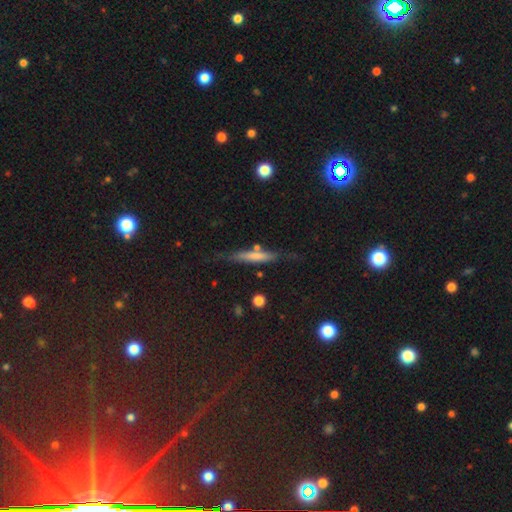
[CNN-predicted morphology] A smooth galaxy with no disk features (55%) that is cigar-shaped (90%).

Vote fractions:
- Smooth or featured? smooth: 55% / featured or disk: 39% / star or artifact: 6%
- How rounded? cigar-shaped: 90% / in between: 8% / round: 2%
- Merging? none: 69% / minor disturbance: 19% / merger: 7% / major disturbance: 5%